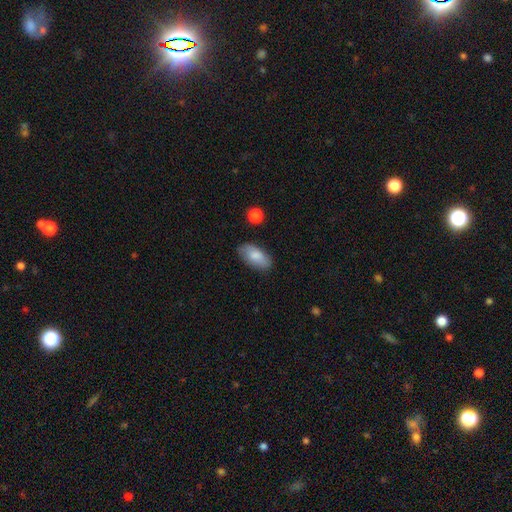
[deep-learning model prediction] This is clearly a smooth galaxy (80%). How rounded: clearly in between (92%). Merging: likely none (80%).